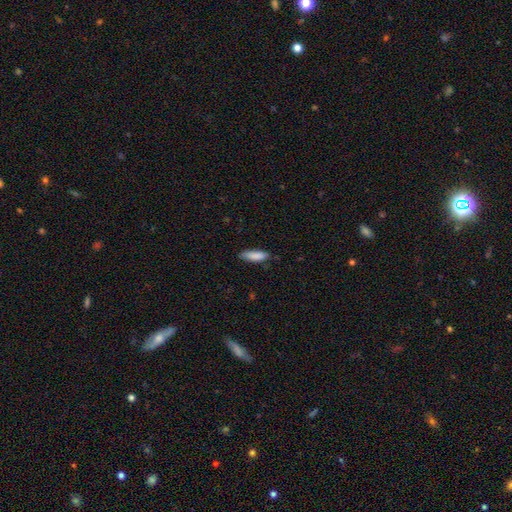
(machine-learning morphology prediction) A smooth galaxy with no disk features (87%) that is in between round and cigar-shaped (53%).

Vote fractions:
- Smooth or featured? smooth: 87% / featured or disk: 6% / star or artifact: 6%
- How rounded? in between: 53% / cigar-shaped: 45% / round: 2%
- Merging? none: 76% / minor disturbance: 19% / major disturbance: 3% / merger: 1%